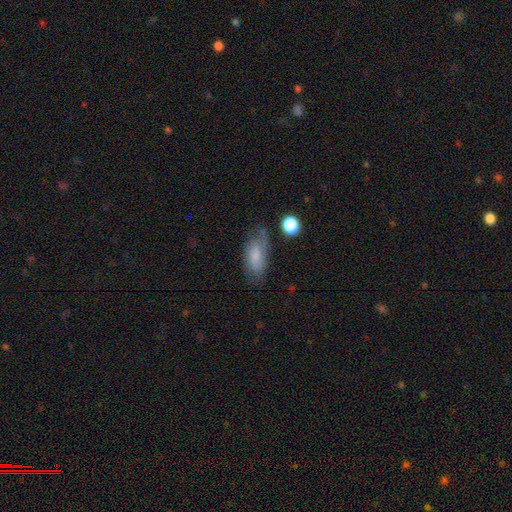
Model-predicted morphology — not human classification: Smooth or featured: smooth — 68% (featured or disk — 24%)
How rounded: in between — 88% (cigar-shaped — 8%)
Merging: none — 54% (minor disturbance — 29%)